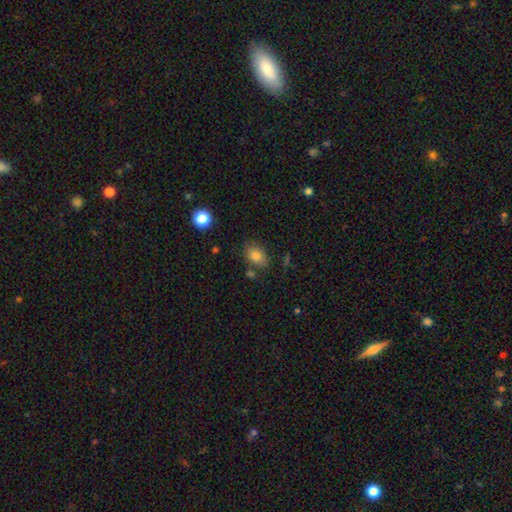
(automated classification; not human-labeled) This is clearly a smooth galaxy (81%). How rounded: likely in between (78%). Merging: likely none (73%).